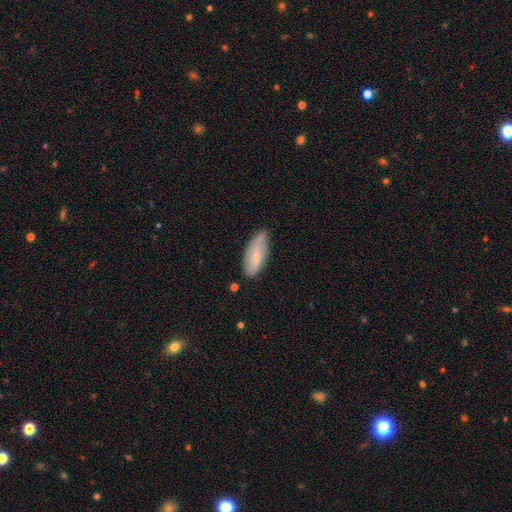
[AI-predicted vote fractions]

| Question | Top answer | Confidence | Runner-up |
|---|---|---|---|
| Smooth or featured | smooth | 60% | featured or disk (33%) |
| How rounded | in between | 72% | cigar-shaped (26%) |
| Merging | none | 64% | minor disturbance (29%) |